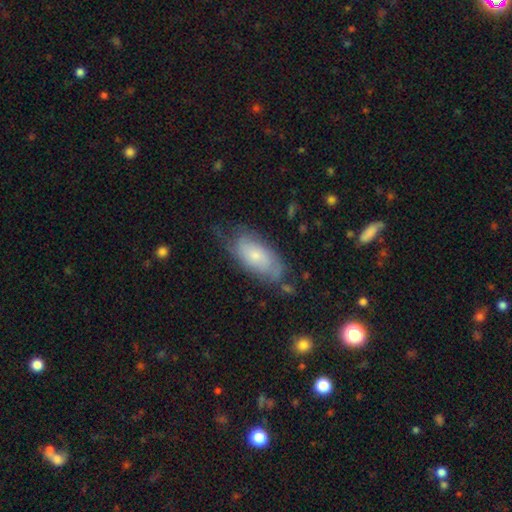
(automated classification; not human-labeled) Smooth or featured? Predicted: smooth (p=0.52). How rounded? Predicted: in between (p=0.88). Merging? Predicted: none (p=0.57).